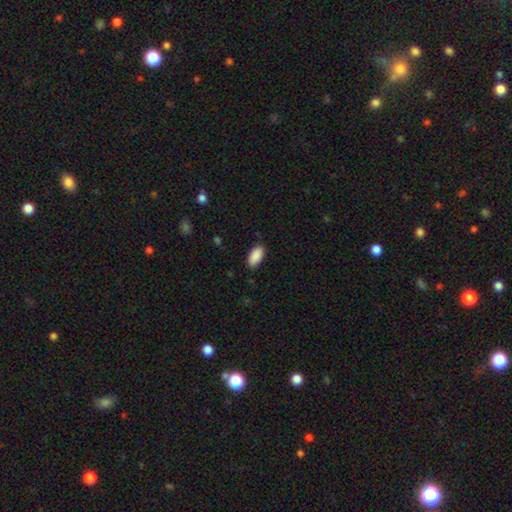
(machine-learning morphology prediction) The model was most divided on "merging": none: 86%, minor disturbance: 11%, major disturbance: 2%, merger: 1%. More confident: how rounded — in between (93%); smooth or featured — smooth (91%).